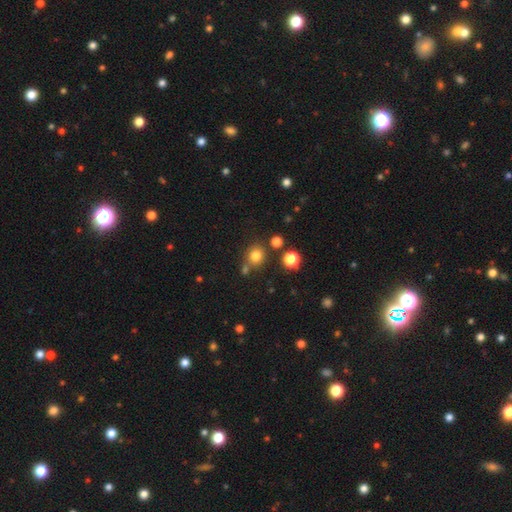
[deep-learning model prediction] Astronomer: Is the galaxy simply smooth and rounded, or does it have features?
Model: smooth — 79%.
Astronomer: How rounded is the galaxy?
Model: round — 83%.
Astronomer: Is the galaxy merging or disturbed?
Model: none — 74%.